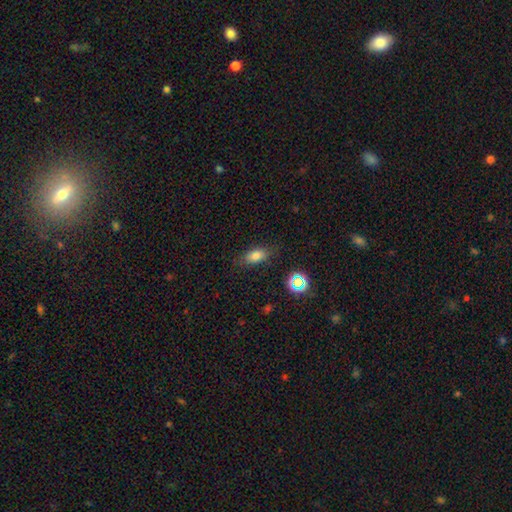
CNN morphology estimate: This appears to be a smooth galaxy with no disk features (77%) that is in between round and cigar-shaped (82%). Merging: none (80%).